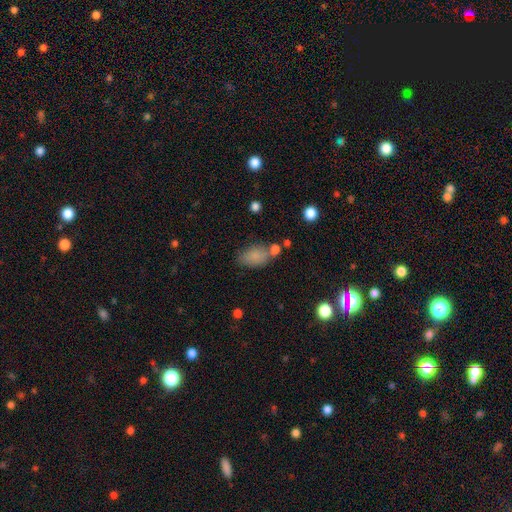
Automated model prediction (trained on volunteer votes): Overall: smooth (82%). How rounded: in between (89%). Merging: none (58%; minor disturbance 19%).